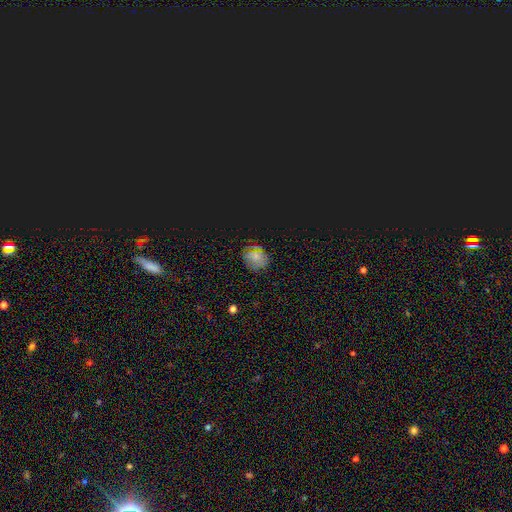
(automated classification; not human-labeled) This appears to be a smooth galaxy with no disk features (56%) that is round (71%). Merging: none (82%).